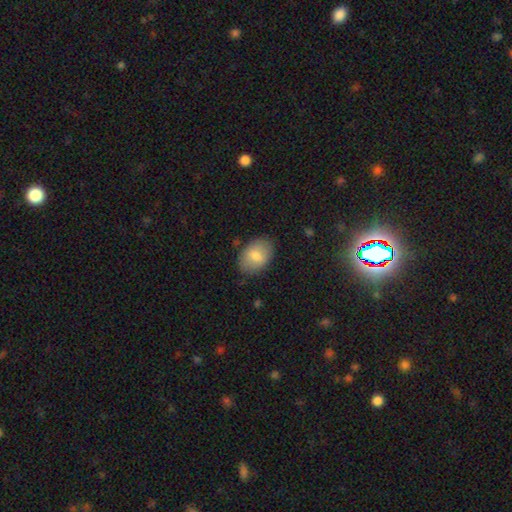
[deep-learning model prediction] Smooth or featured? smooth (77%)
How rounded? in between (84%)
Merging? none (82%)